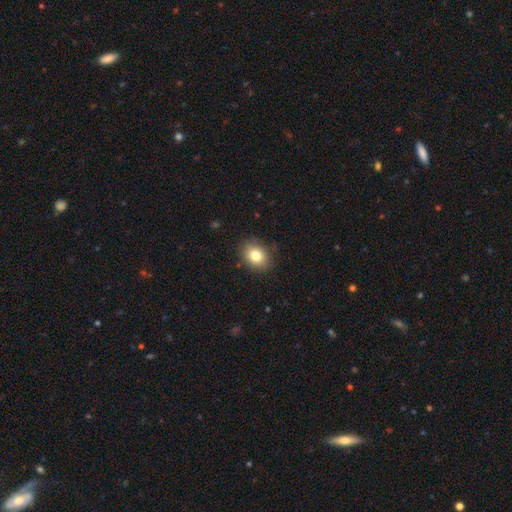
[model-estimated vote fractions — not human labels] Q: Smooth or featured?
A: smooth (80%); runner-up: featured or disk (10%)
Q: How rounded?
A: in between (56%); runner-up: round (43%)
Q: Merging?
A: none (86%); runner-up: minor disturbance (10%)